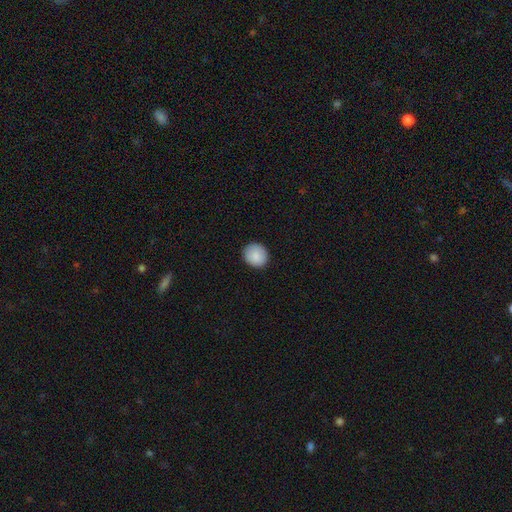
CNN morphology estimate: smooth 88%, star or artifact 7%, featured or disk 5%. Down the decision tree: how rounded — round (84%); merging — none (90%).